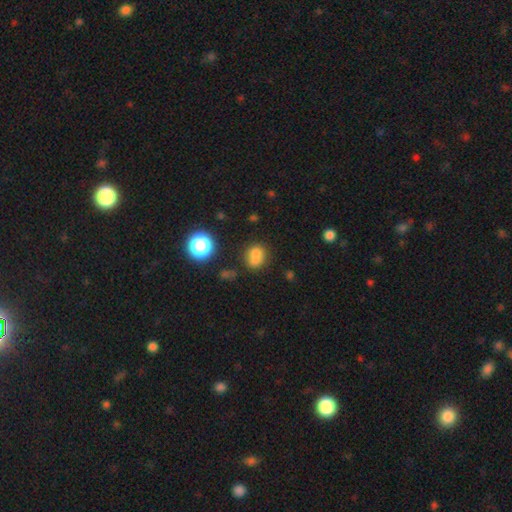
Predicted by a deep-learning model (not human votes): Smooth or featured?
  - smooth: 75% *
  - star or artifact: 15%
  - featured or disk: 9%
How rounded?
  - round: 54% *
  - in between: 44%
  - cigar-shaped: 2%
Merging?
  - none: 56% *
  - merger: 19%
  - minor disturbance: 18%
  - major disturbance: 7%